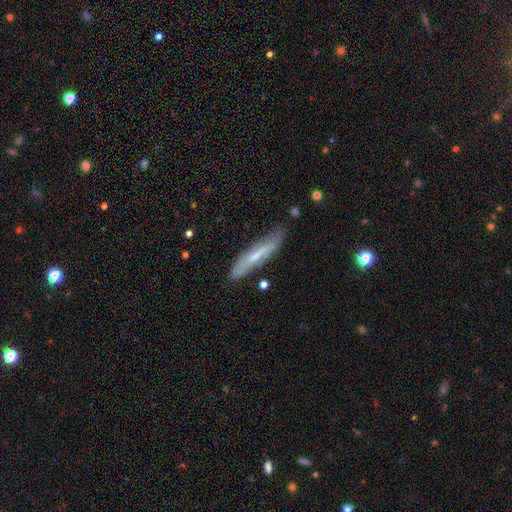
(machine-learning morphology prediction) type=featured or disk (47%); merging=none (74%).